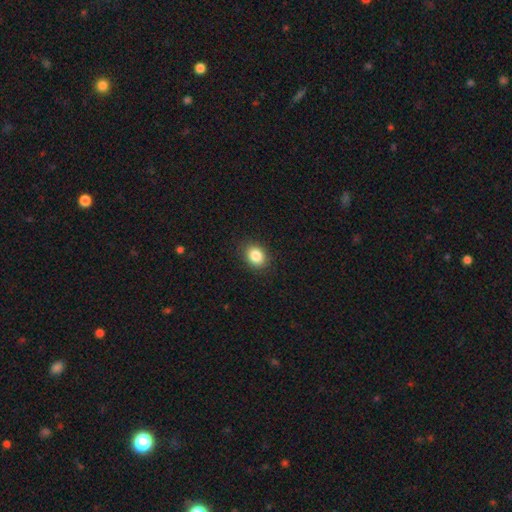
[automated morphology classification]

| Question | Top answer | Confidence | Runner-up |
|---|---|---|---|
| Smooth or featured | smooth | 85% | star or artifact (9%) |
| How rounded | in between | 51% | round (48%) |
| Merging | none | 88% | minor disturbance (9%) |